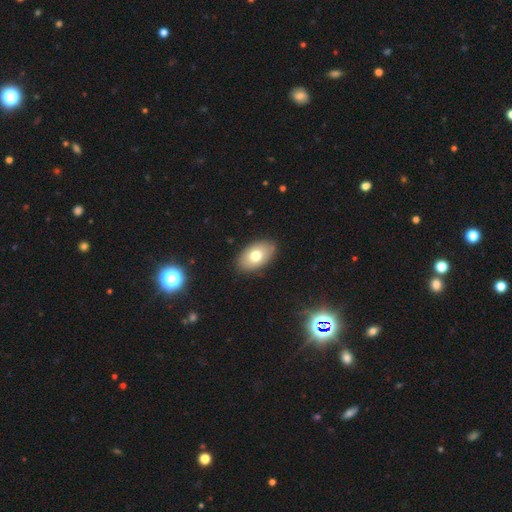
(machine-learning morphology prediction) type=smooth (74%); roundness=in between (91%); merging=none (87%).